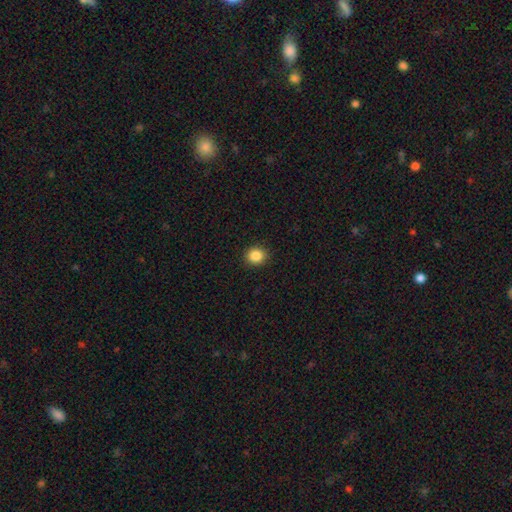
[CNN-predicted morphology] A smooth galaxy with no disk features (86%) that is round (83%).

Vote fractions:
- Smooth or featured? smooth: 86% / star or artifact: 10% / featured or disk: 4%
- How rounded? round: 83% / in between: 16% / cigar-shaped: 1%
- Merging? none: 92% / minor disturbance: 6% / major disturbance: 2% / merger: 1%